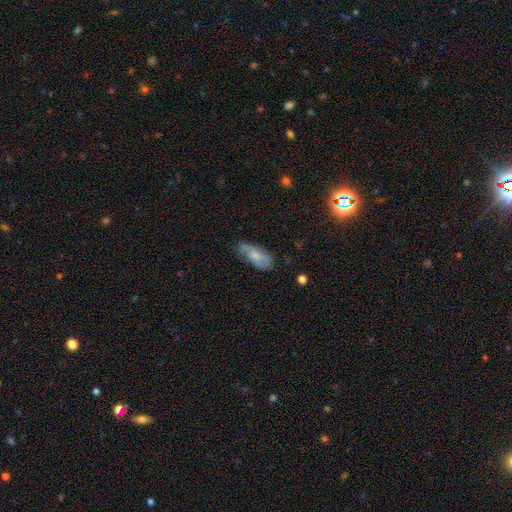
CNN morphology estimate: This appears to be a smooth galaxy with no disk features (63%) that is in between round and cigar-shaped (81%). Merging: none (50%).